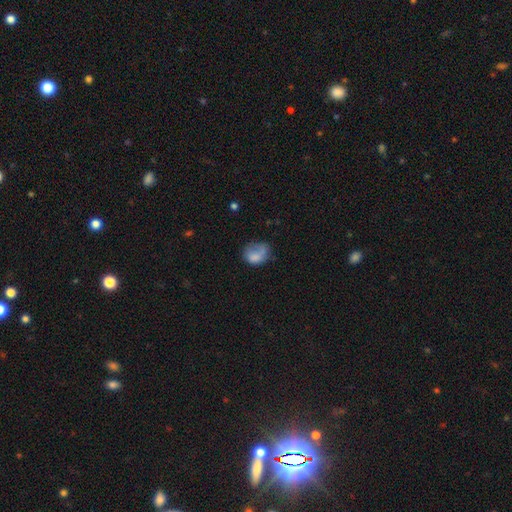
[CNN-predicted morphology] The model was most divided on "merging": none: 33%, minor disturbance: 30%, major disturbance: 28%, merger: 8%. More confident: smooth or featured — smooth (73%); how rounded — in between (55%).